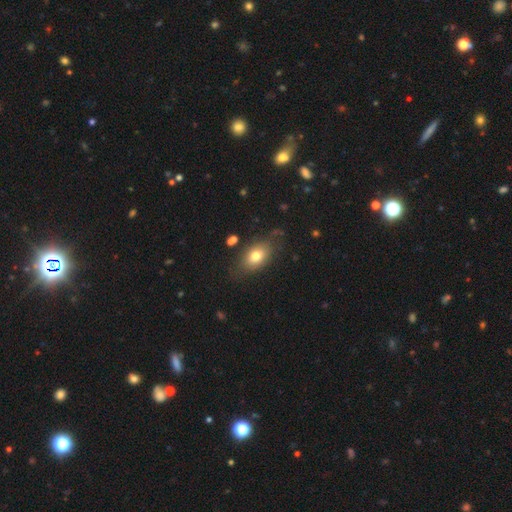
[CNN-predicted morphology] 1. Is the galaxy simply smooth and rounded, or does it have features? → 75% smooth, 16% featured or disk, 9% star or artifact.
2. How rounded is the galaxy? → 86% in between, 12% round, 3% cigar-shaped.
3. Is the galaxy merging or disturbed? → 75% none, 17% minor disturbance, 6% major disturbance, 3% merger.